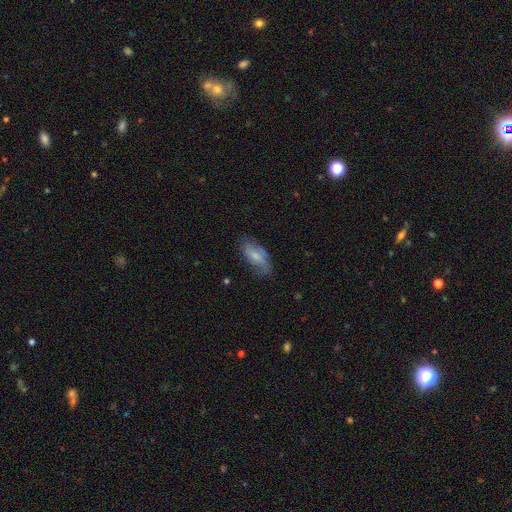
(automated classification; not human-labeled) smooth 52%, featured or disk 41%, star or artifact 7%. Down the decision tree: how rounded — in between (85%); merging — none (64%).